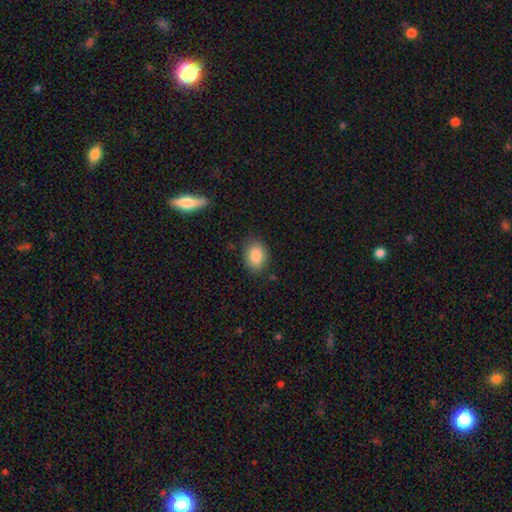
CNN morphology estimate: Smooth or featured? smooth (86%)
How rounded? in between (71%)
Merging? none (82%)